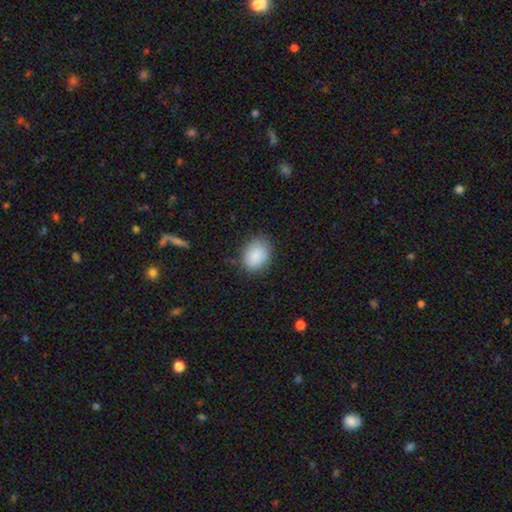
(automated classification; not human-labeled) This appears to be a smooth galaxy with no disk features (88%) that is in between round and cigar-shaped (66%). Merging: none (80%).